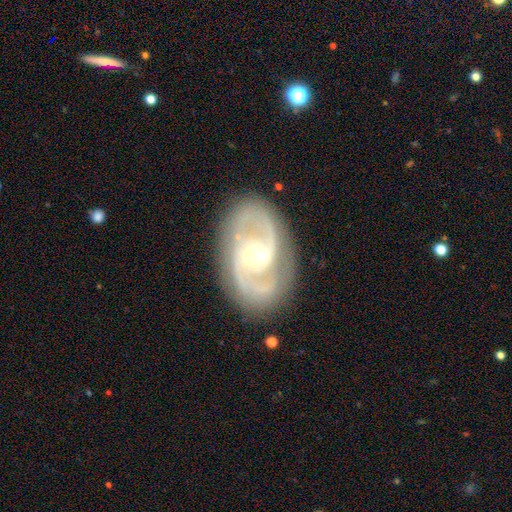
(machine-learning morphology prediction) Q: Smooth or featured?
A: featured or disk (88%); runner-up: smooth (7%)
Q: Edge-on disk?
A: no (96%); runner-up: yes (4%)
Q: Bar?
A: weak (51%); runner-up: strong (25%)
Q: Spiral arms?
A: yes (95%); runner-up: no (5%)
Q: Spiral winding?
A: medium (53%); runner-up: tight (30%)
Q: Spiral arm count?
A: 2 (86%); runner-up: can't tell (5%)
Q: Bulge size?
A: moderate (62%); runner-up: small (30%)
Q: Merging?
A: none (82%); runner-up: minor disturbance (12%)